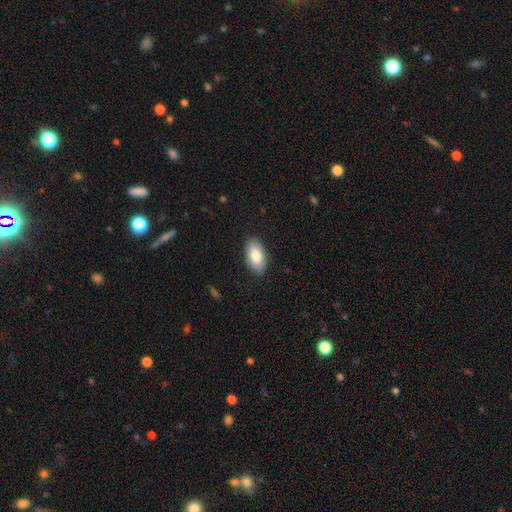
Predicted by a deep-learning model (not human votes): Overall: smooth (82%). How rounded: in between (95%). Merging: none (89%).